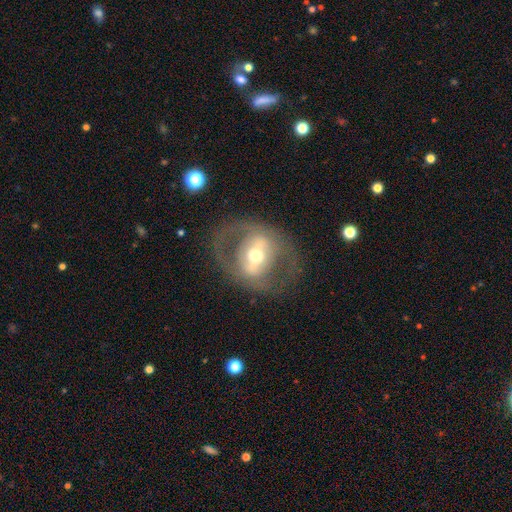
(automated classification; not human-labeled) smooth_or_featured: featured or disk (p=0.69) [alt: smooth p=0.24]
disk_edge_on: no (p=0.90) [alt: yes p=0.10]
bar: strong (p=0.48) [alt: weak p=0.28]
has_spiral_arms: no (p=0.74) [alt: yes p=0.26]
bulge_size: moderate (p=0.65) [alt: small p=0.21]
merging: none (p=0.72) [alt: major disturbance p=0.14]